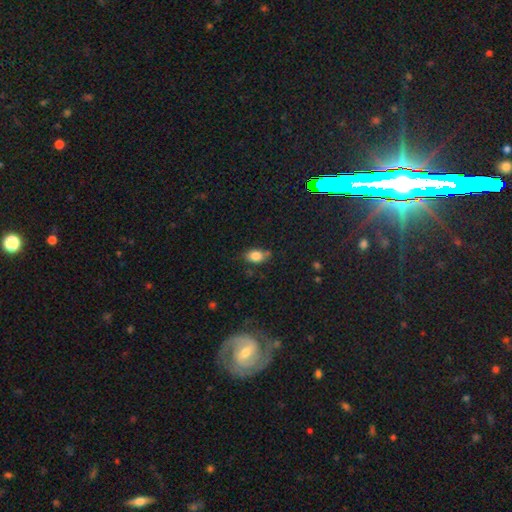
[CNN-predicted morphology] type=smooth (81%); roundness=in between (82%); merging=none (71%).